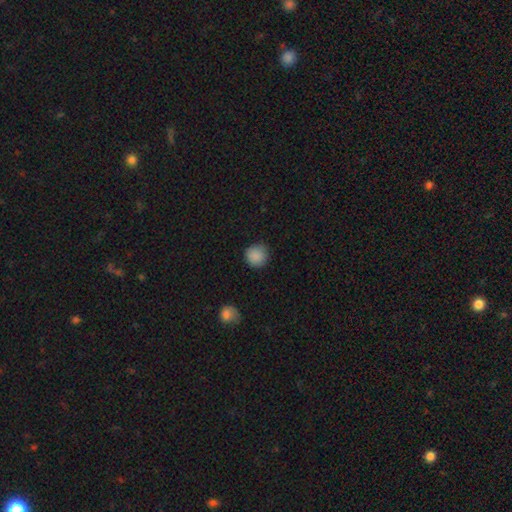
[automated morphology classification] Overall: smooth (88%). How rounded: round (94%). Merging: none (87%).